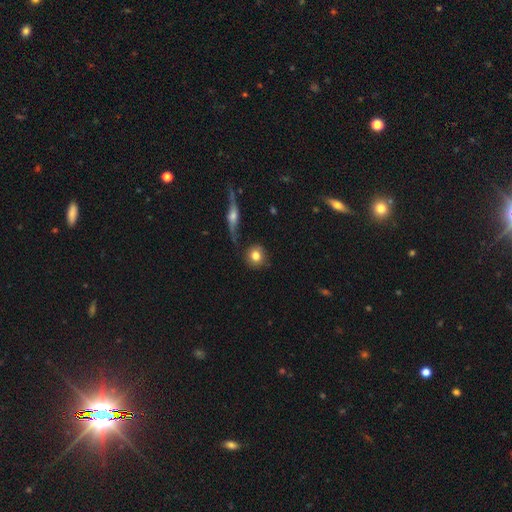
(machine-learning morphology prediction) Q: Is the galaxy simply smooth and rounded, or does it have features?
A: smooth — 79%.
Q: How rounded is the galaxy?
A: round — 88%.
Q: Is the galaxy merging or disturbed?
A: none — 80%.